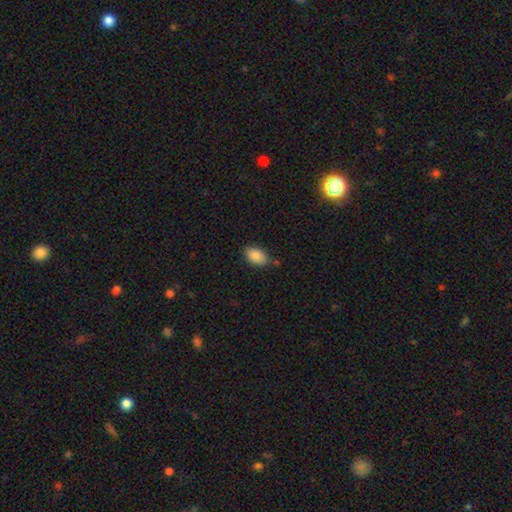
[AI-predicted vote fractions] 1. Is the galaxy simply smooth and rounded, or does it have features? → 86% smooth, 8% star or artifact, 6% featured or disk.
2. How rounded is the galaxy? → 92% in between, 7% round, 2% cigar-shaped.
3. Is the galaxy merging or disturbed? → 74% none, 18% minor disturbance, 4% merger, 3% major disturbance.